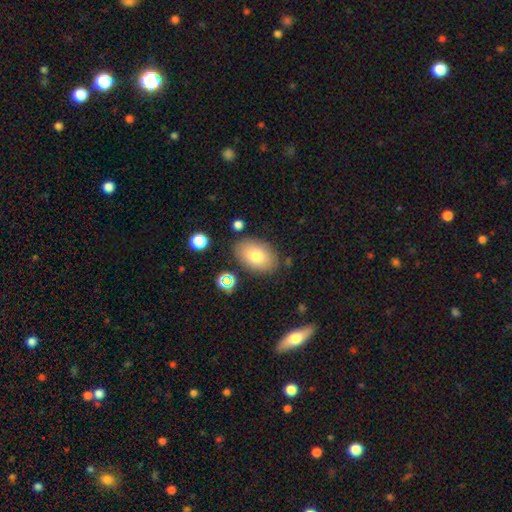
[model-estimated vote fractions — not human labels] This is likely a smooth galaxy (78%). How rounded: clearly in between (88%). Merging: clearly none (82%).